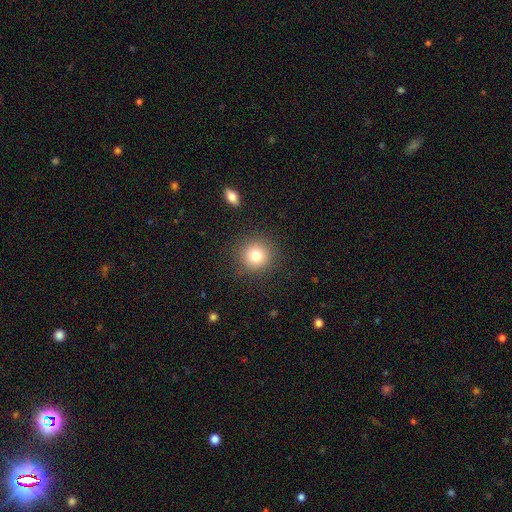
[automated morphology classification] Smooth or featured: smooth — 80% (star or artifact — 12%)
How rounded: round — 92% (in between — 7%)
Merging: none — 88% (minor disturbance — 7%)